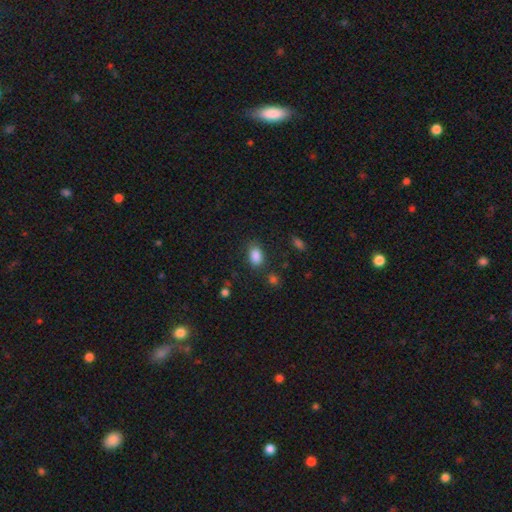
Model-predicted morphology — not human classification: Q: Smooth or featured?
A: smooth (87%); runner-up: star or artifact (9%)
Q: How rounded?
A: in between (86%); runner-up: round (12%)
Q: Merging?
A: none (77%); runner-up: minor disturbance (15%)